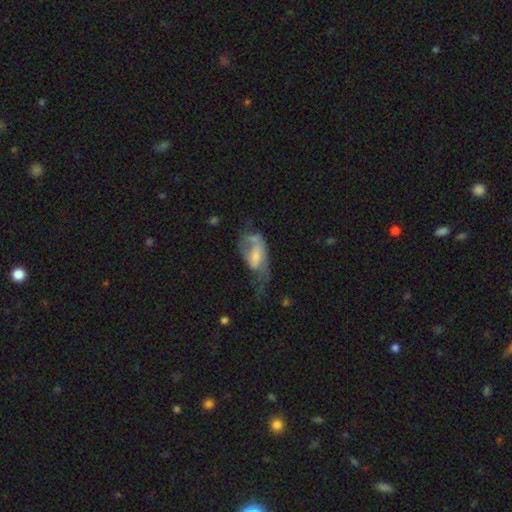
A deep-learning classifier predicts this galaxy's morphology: Overall: featured or disk (57%; smooth 35%). Edge-on disk: no (93%). Bar: no (47%; weak 39%). Spiral arms: yes (60%; no 40%). Bulge size: small (38%; moderate 37%). Merging: major disturbance (49%; none 22%).